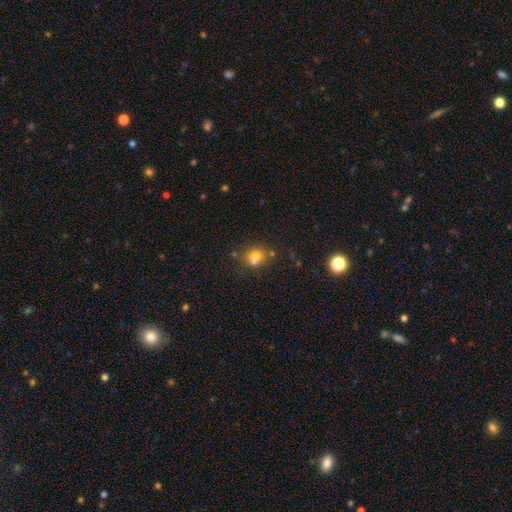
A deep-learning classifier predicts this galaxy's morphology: Smooth or featured?
  - smooth: 67% *
  - star or artifact: 17%
  - featured or disk: 16%
How rounded?
  - round: 71% *
  - in between: 28%
  - cigar-shaped: 1%
Merging?
  - none: 49% *
  - merger: 36%
  - minor disturbance: 11%
  - major disturbance: 5%